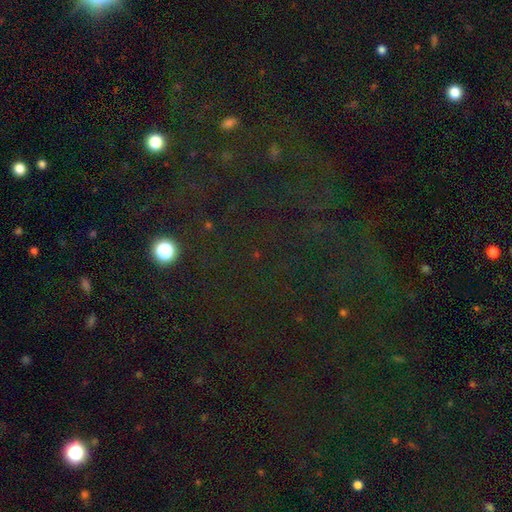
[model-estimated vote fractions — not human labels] The model was most divided on "smooth or featured": star or artifact: 75%, smooth: 15%, featured or disk: 10%.